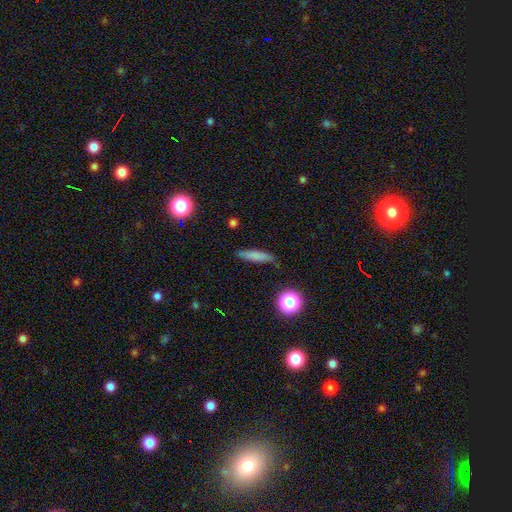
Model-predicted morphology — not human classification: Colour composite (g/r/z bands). It shows a smooth galaxy with no disk features (74%) that is cigar-shaped (81%). Merging: none (82%).